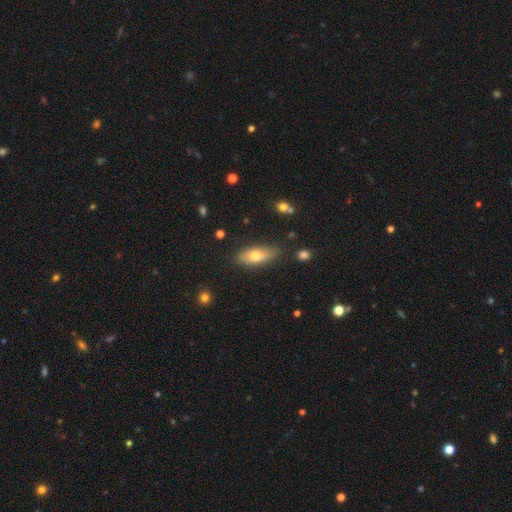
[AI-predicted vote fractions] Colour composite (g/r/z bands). It shows a smooth galaxy with no disk features (67%) that is in between round and cigar-shaped (70%). Merging: none (81%).